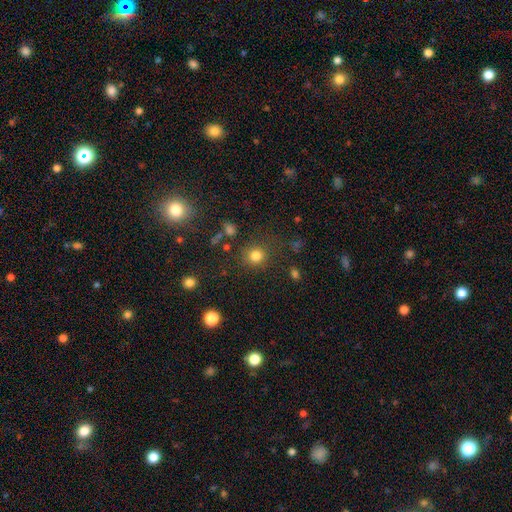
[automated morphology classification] This is clearly a smooth galaxy (80%). How rounded: clearly round (88%). Merging: likely none (80%).